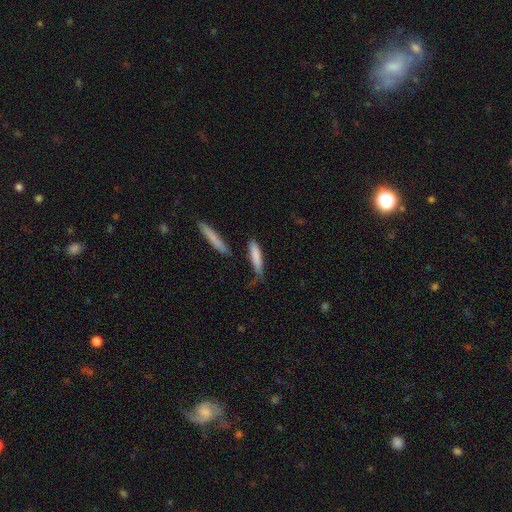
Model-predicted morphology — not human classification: Smooth or featured? Predicted: smooth (p=0.78). How rounded? Predicted: cigar-shaped (p=0.77). Merging? Predicted: none (p=0.53).